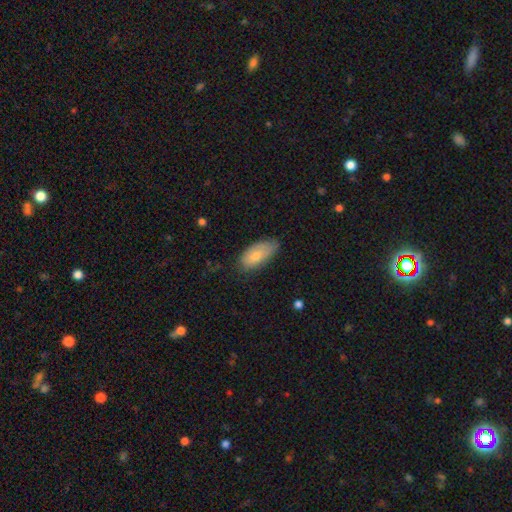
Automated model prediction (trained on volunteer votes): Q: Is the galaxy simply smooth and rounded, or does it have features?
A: smooth — 74%.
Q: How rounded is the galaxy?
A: in between — 89%.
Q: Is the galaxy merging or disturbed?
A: none — 66%.